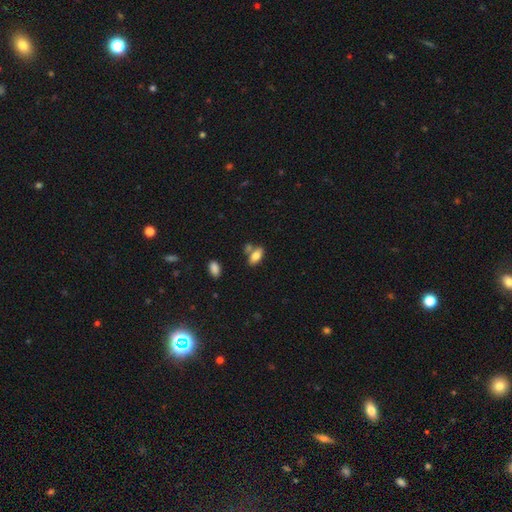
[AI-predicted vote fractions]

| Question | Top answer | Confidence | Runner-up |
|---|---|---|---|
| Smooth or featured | smooth | 79% | featured or disk (13%) |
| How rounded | in between | 88% | cigar-shaped (8%) |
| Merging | none | 59% | merger (22%) |